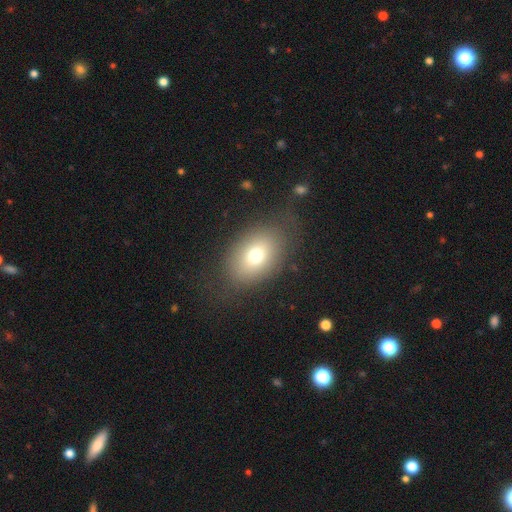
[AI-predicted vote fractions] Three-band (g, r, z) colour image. It shows a smooth galaxy with no disk features (71%) that is in between round and cigar-shaped (77%). Merging: none (72%).